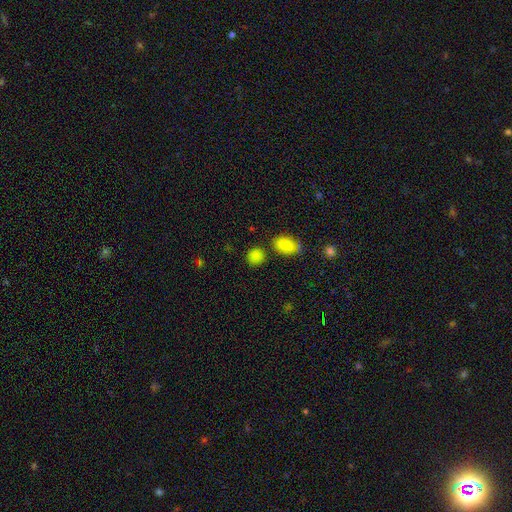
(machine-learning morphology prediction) This appears to be a smooth galaxy with no disk features (84%) that is round (71%). Merging: none (76%).